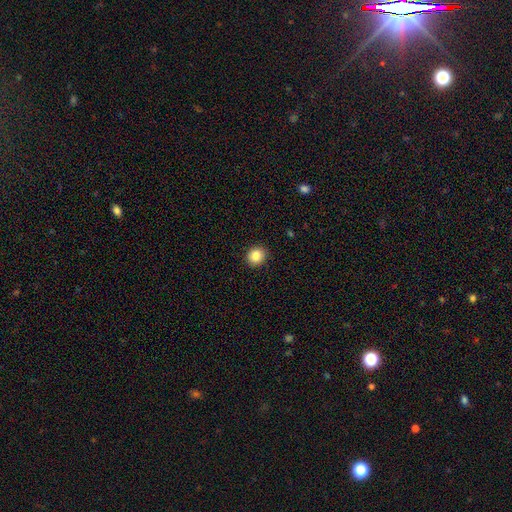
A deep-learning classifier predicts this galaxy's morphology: Q: Smooth or featured?
A: smooth (86%); runner-up: star or artifact (10%)
Q: How rounded?
A: round (84%); runner-up: in between (15%)
Q: Merging?
A: none (91%); runner-up: minor disturbance (6%)